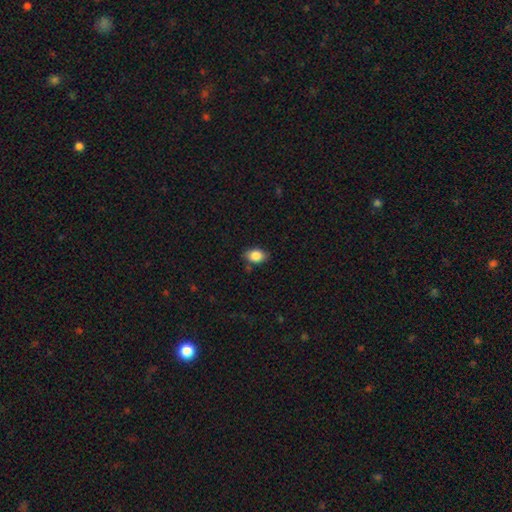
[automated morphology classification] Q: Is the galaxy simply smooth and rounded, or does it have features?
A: smooth — 86%.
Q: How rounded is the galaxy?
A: in between — 81%.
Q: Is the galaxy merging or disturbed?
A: none — 79%.